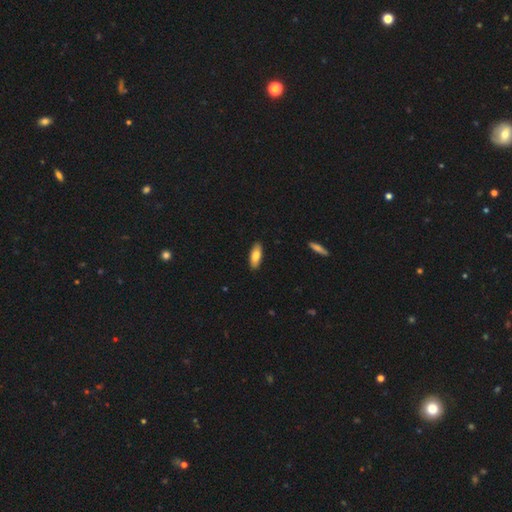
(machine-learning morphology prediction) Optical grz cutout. It shows a smooth galaxy with no disk features (80%) that is in between round and cigar-shaped (77%). Merging: none (89%).